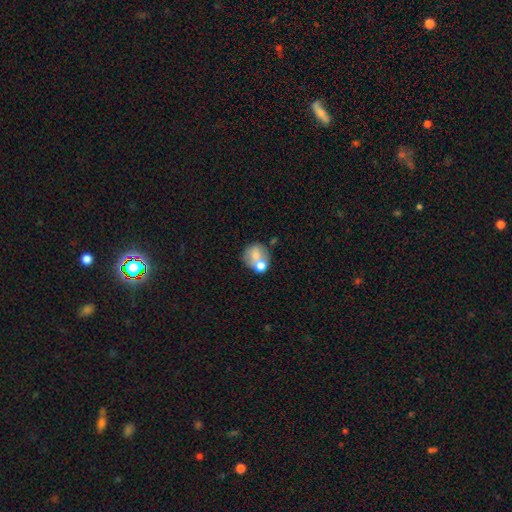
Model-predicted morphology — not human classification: This is likely a smooth galaxy (65%). How rounded: likely round (72%). Merging: marginally merger (42%).